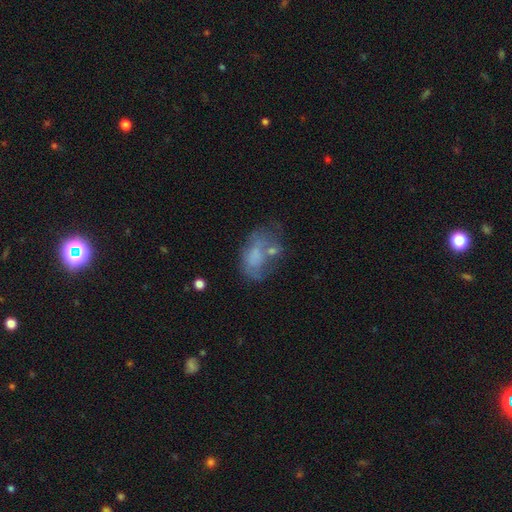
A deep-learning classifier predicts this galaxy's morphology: A smooth galaxy with no disk features (47%). Merging: none (30%).